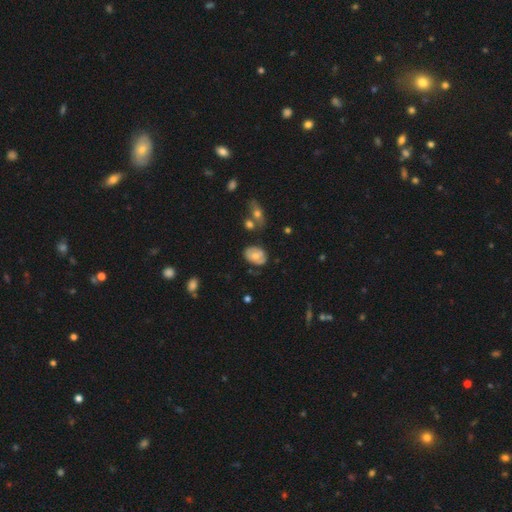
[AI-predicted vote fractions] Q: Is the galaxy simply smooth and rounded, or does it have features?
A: smooth — 50%.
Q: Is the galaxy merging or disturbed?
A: none — 66%.